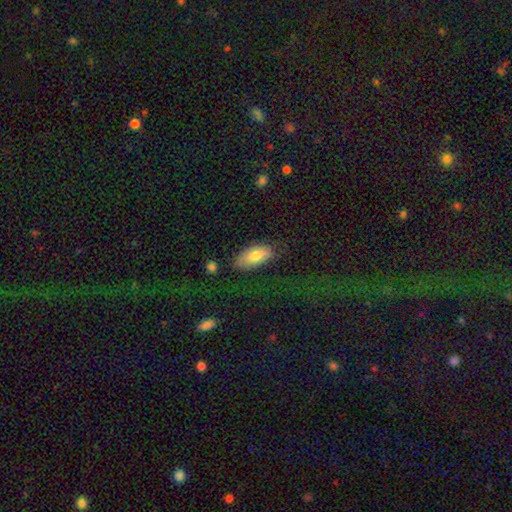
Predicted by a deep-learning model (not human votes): Morphology: type=smooth (78%); roundness=in between (90%); merging=none (71%).